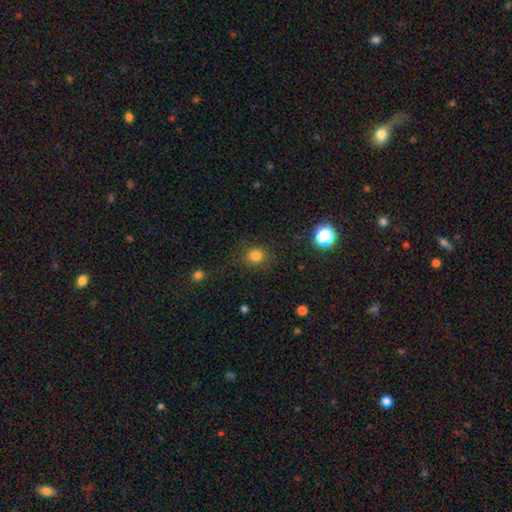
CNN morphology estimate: type=smooth (80%); roundness=round (87%); merging=none (82%).